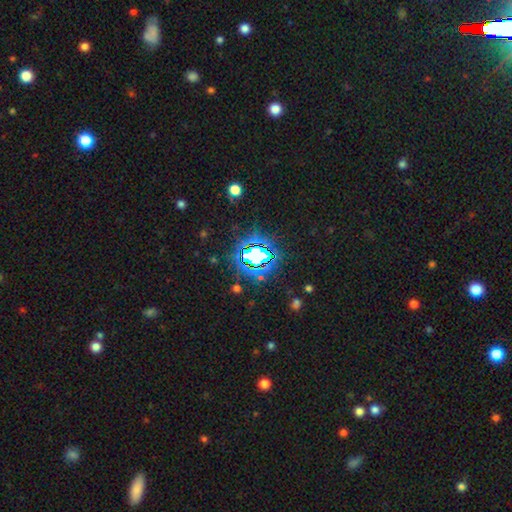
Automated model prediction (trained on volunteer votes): star or artifact 73%, smooth 16%, featured or disk 11%.